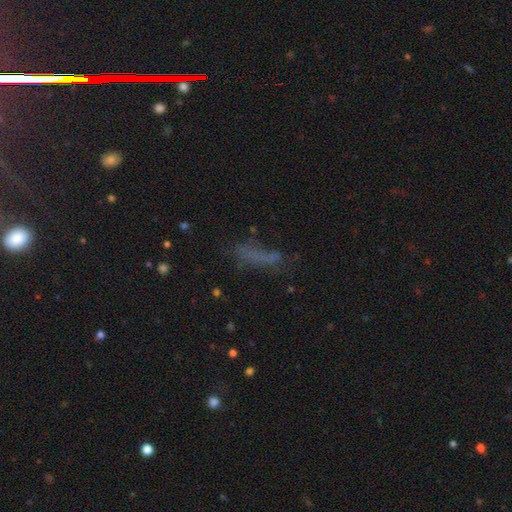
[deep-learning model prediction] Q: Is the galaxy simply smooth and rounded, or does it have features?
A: smooth — 55%.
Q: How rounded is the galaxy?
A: cigar-shaped — 61%.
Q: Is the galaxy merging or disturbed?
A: none — 48%.